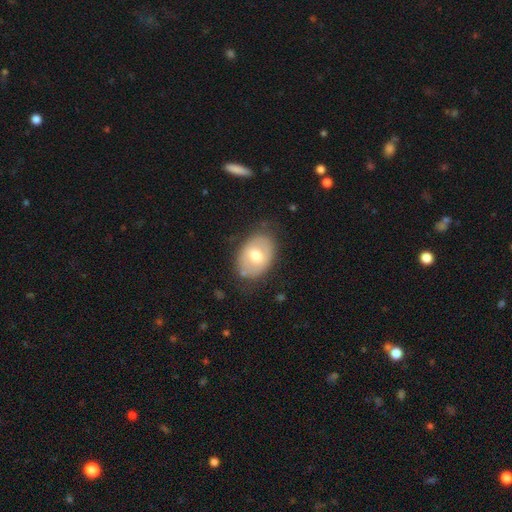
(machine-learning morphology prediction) The model was most divided on "smooth or featured": smooth: 60%, featured or disk: 34%, star or artifact: 6%. More confident: how rounded — in between (81%); merging — none (76%).